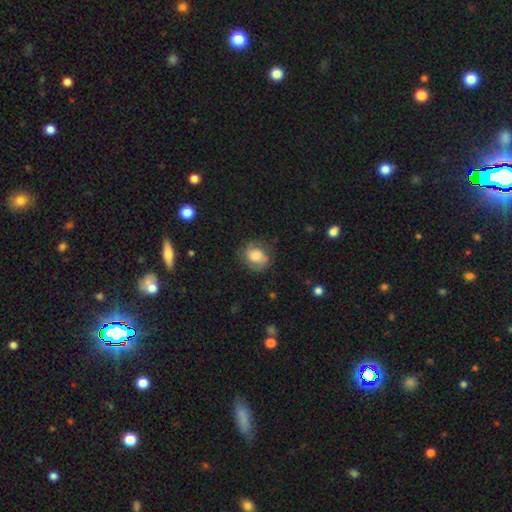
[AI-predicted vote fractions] Smooth or featured? Predicted: smooth (p=0.66). How rounded? Predicted: round (p=0.59). Merging? Predicted: none (p=0.66).